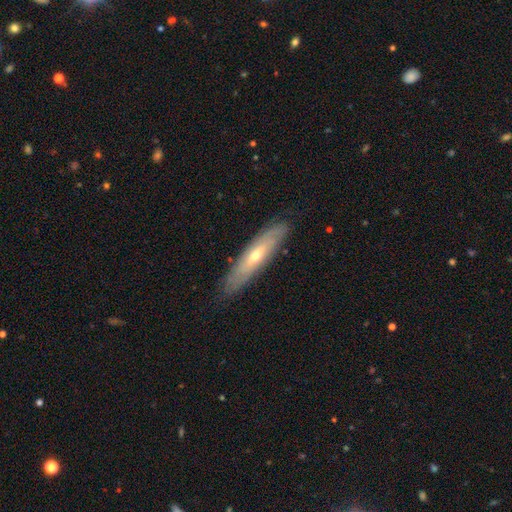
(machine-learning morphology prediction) smooth-or-featured: featured or disk: 56% | smooth: 37% | star or artifact: 7%
  disk-edge-on: yes: 55% | no: 45%
  merging: none: 83% | minor disturbance: 13% | major disturbance: 3% | merger: 1%